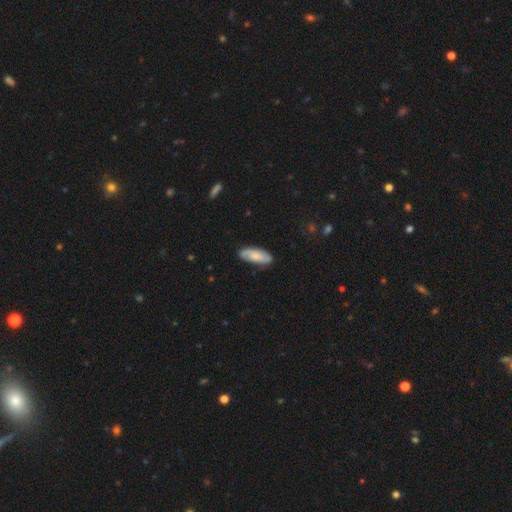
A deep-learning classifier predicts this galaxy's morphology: smooth-or-featured: smooth: 66% | featured or disk: 29% | star or artifact: 6%
  how-rounded: in between: 74% | cigar-shaped: 24% | round: 2%
  merging: none: 80% | minor disturbance: 16% | major disturbance: 3% | merger: 1%